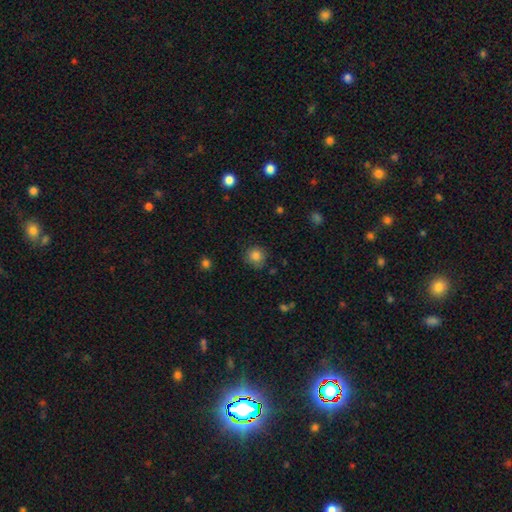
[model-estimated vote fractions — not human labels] A smooth galaxy with no disk features (84%) that is round (91%). Merging: none (81%).